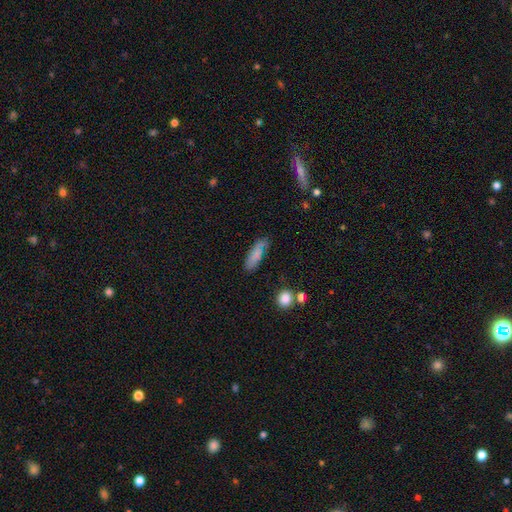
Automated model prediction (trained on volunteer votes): smooth-or-featured: smooth: 78% | featured or disk: 13% | star or artifact: 8%
  how-rounded: in between: 58% | cigar-shaped: 39% | round: 3%
  merging: none: 69% | minor disturbance: 22% | major disturbance: 6% | merger: 4%